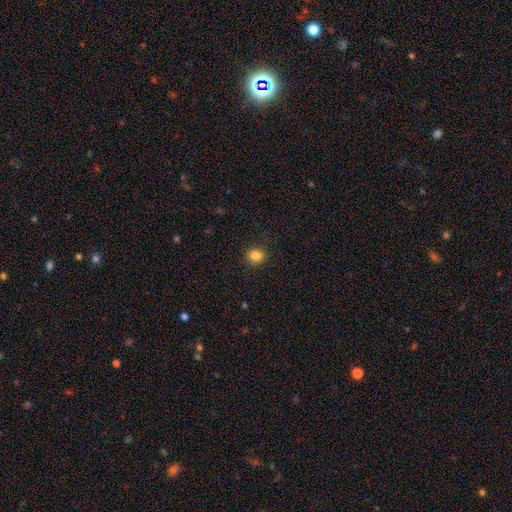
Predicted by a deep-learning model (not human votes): smooth-or-featured: smooth: 85% | star or artifact: 11% | featured or disk: 4%
  how-rounded: round: 69% | in between: 30% | cigar-shaped: 1%
  merging: none: 89% | minor disturbance: 8% | major disturbance: 2% | merger: 1%